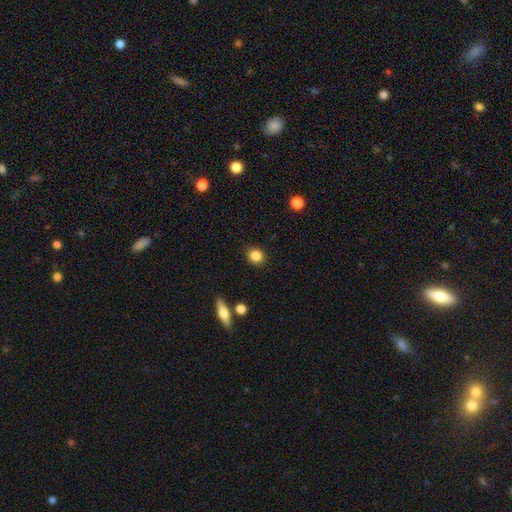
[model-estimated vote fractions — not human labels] Morphology: type=smooth (85%); roundness=round (81%); merging=none (89%).